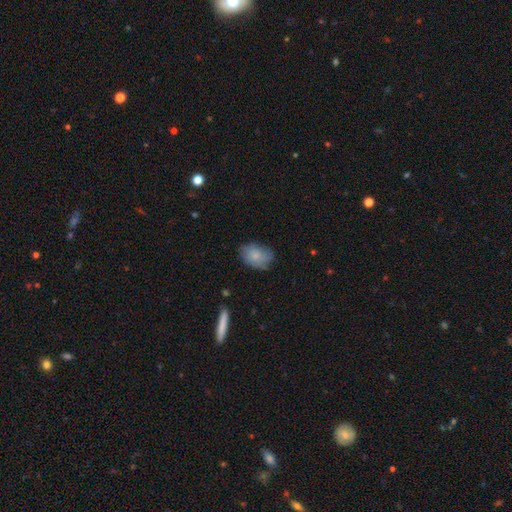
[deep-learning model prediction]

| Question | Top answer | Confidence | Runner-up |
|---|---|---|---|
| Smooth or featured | smooth | 76% | featured or disk (17%) |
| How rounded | in between | 77% | round (22%) |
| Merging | none | 71% | minor disturbance (23%) |